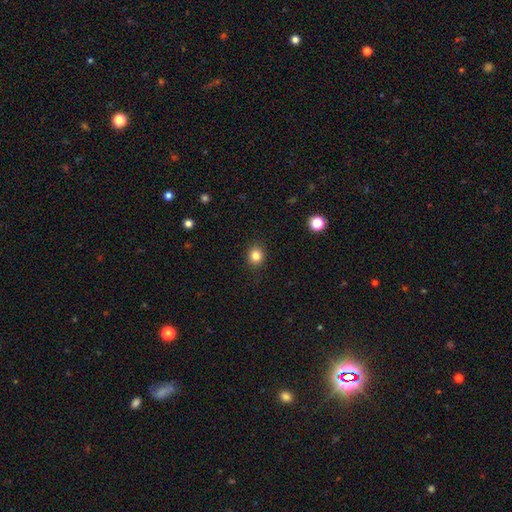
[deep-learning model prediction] Smooth or featured? smooth (83%)
How rounded? round (79%)
Merging? none (90%)